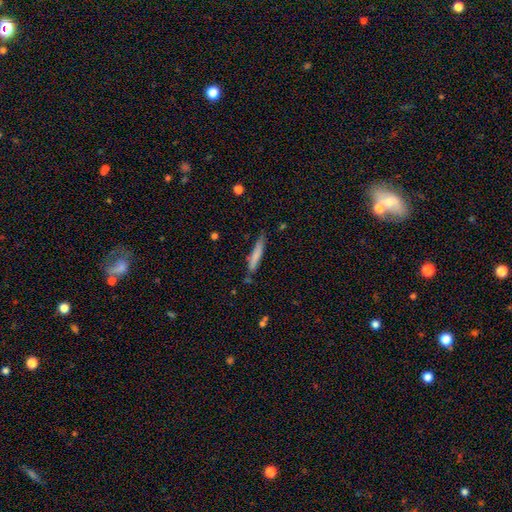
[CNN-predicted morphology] A smooth galaxy with no disk features (74%) that is cigar-shaped (92%). Merging: none (76%).